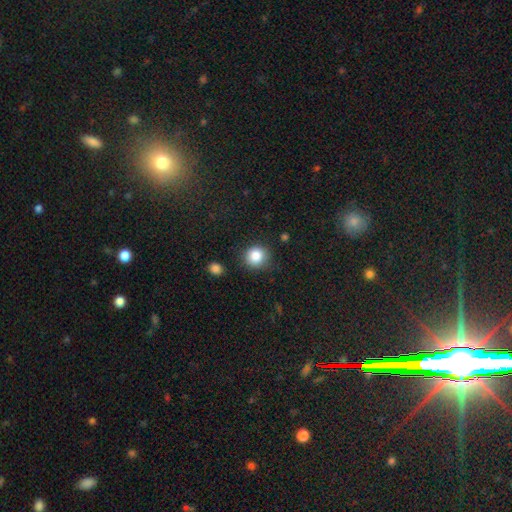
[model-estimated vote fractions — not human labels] This is clearly a smooth galaxy (85%). How rounded: clearly round (88%). Merging: clearly none (84%).